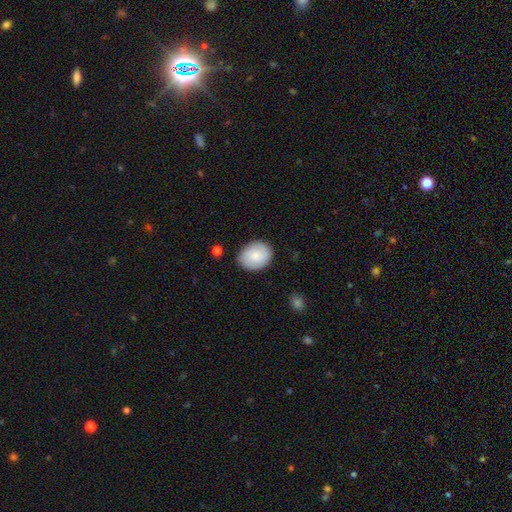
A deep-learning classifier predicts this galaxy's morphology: smooth_or_featured: smooth (p=0.80) [alt: featured or disk p=0.14]
how_rounded: round (p=0.52) [alt: in between p=0.47]
merging: none (p=0.84) [alt: minor disturbance p=0.12]